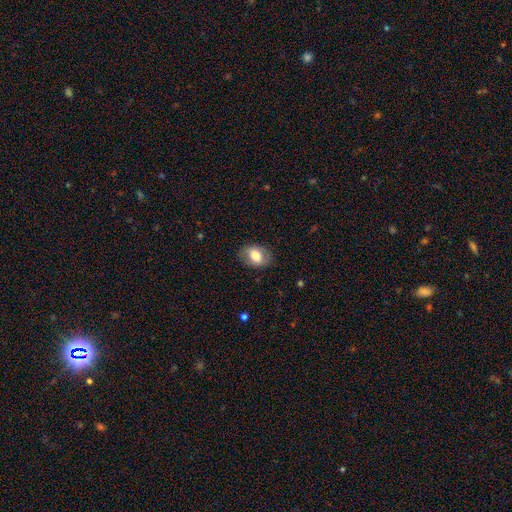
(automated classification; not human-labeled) Smooth or featured? Predicted: smooth (p=0.70). How rounded? Predicted: in between (p=0.74). Merging? Predicted: none (p=0.81).